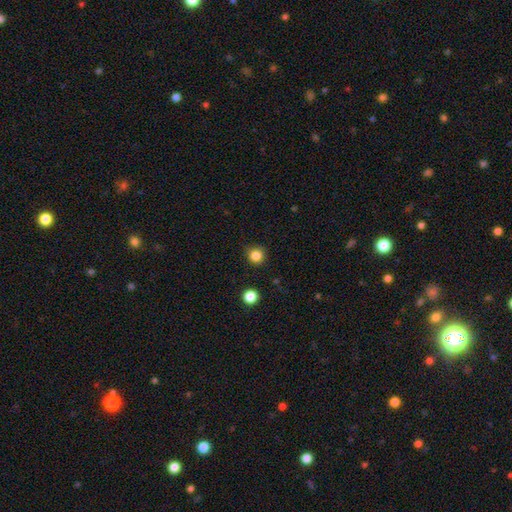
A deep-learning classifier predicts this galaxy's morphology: smooth 83%, star or artifact 13%, featured or disk 4%. Down the decision tree: how rounded — round (94%); merging — none (89%).